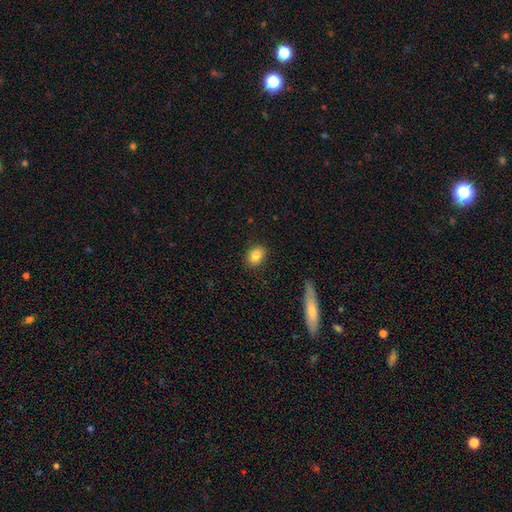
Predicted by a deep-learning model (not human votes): smooth_or_featured: smooth (p=0.85) [alt: star or artifact p=0.08]
how_rounded: in between (p=0.69) [alt: round p=0.29]
merging: none (p=0.88) [alt: minor disturbance p=0.09]